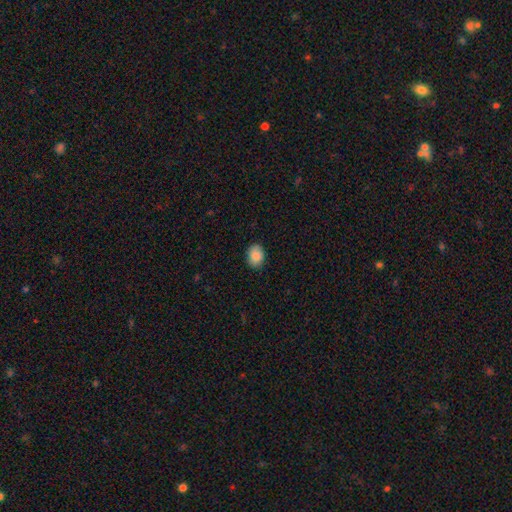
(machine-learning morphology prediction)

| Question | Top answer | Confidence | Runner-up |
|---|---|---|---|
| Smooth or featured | smooth | 88% | star or artifact (8%) |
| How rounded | in between | 65% | round (34%) |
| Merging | none | 88% | minor disturbance (9%) |